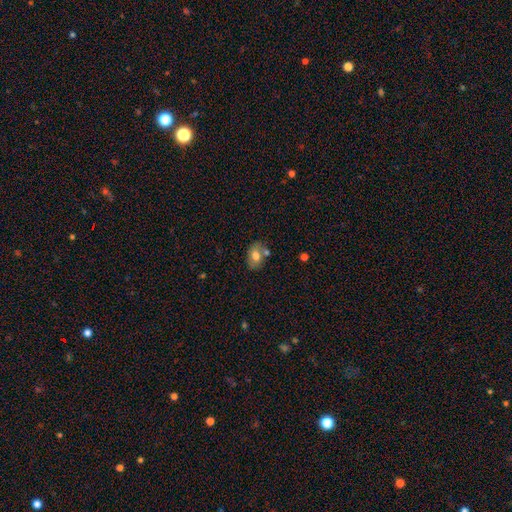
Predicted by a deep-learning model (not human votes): This appears to be a smooth galaxy with no disk features (74%) that is in between round and cigar-shaped (77%). Merging: none (64%).